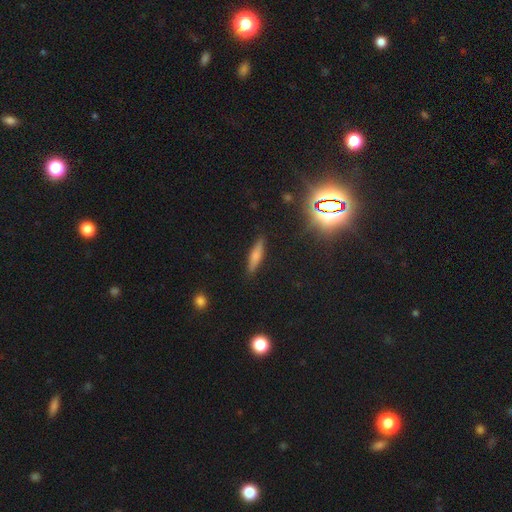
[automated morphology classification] Smooth or featured? smooth (63%)
How rounded? cigar-shaped (71%)
Merging? none (86%)